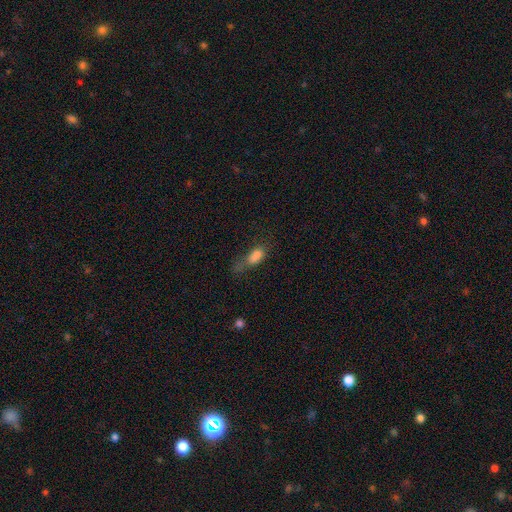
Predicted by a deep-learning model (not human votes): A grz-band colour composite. It shows a smooth galaxy with no disk features (74%) that is in between round and cigar-shaped (69%). Merging: major disturbance (37%).